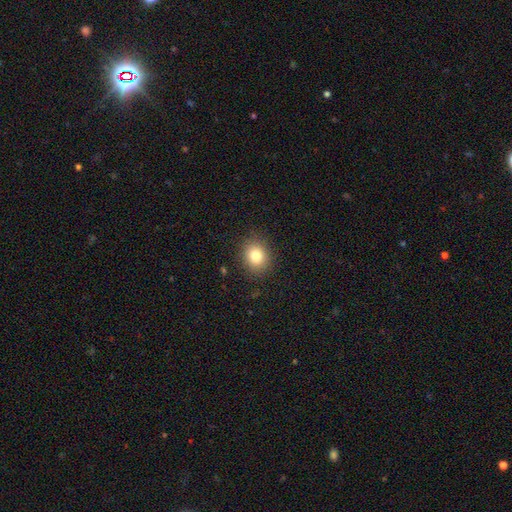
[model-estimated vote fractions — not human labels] Smooth or featured: smooth — 82% (star or artifact — 11%)
How rounded: round — 63% (in between — 36%)
Merging: none — 88% (minor disturbance — 9%)